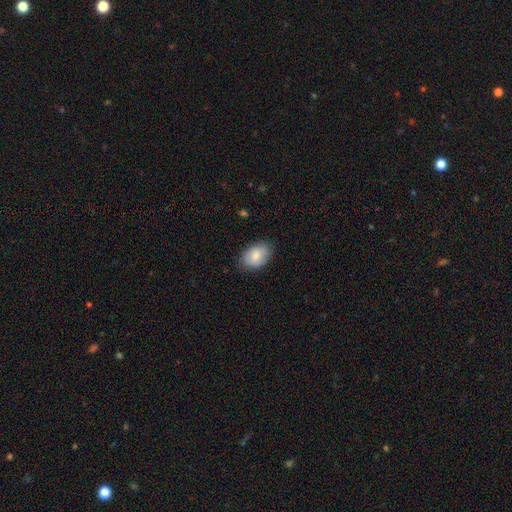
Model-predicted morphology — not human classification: This appears to be a smooth galaxy with no disk features (83%) that is in between round and cigar-shaped (87%). Merging: none (82%).